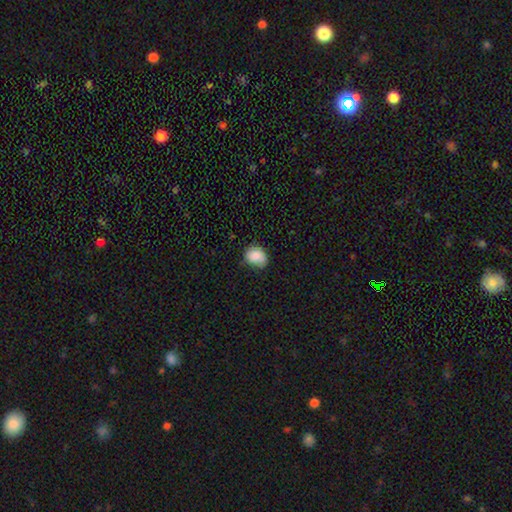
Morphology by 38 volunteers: Volunteers were most divided on "how rounded": in between: 51%, round: 49%, cigar-shaped: 0%. More confident: smooth or featured — smooth (92%); merging — none (64%).